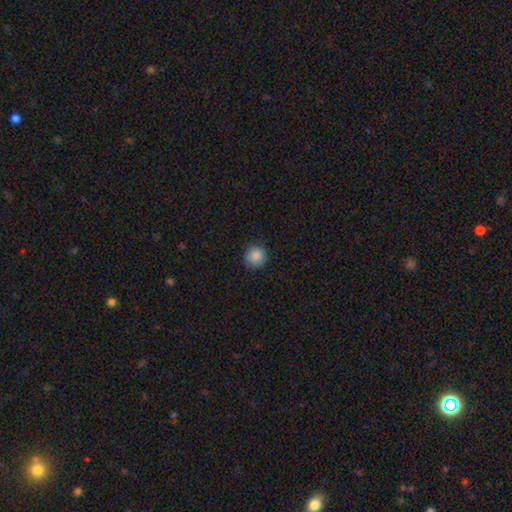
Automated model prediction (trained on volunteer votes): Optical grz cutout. It shows a smooth galaxy with no disk features (86%) that is round (93%). Merging: none (85%).